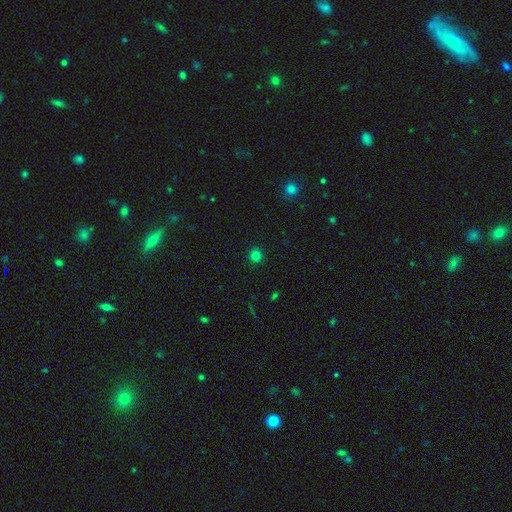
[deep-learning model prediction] Overall: smooth (79%). How rounded: round (94%). Merging: none (93%).